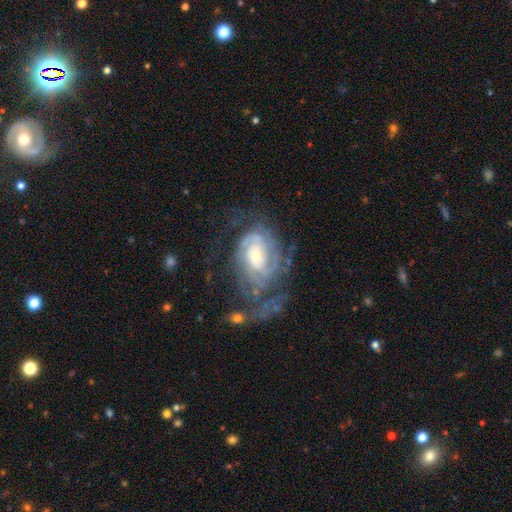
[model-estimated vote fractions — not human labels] The model was most divided on "spiral arm count": 2: 33%, can't tell: 31%, 3: 17%, 4: 8%, 1: 6%, more than 4: 5%. Remaining: edge-on disk — no (97%); spiral arms — yes (95%); smooth or featured — featured or disk (87%); spiral winding — tight (64%); bar — no (55%); merging — none (46%); bulge size — moderate (45%).